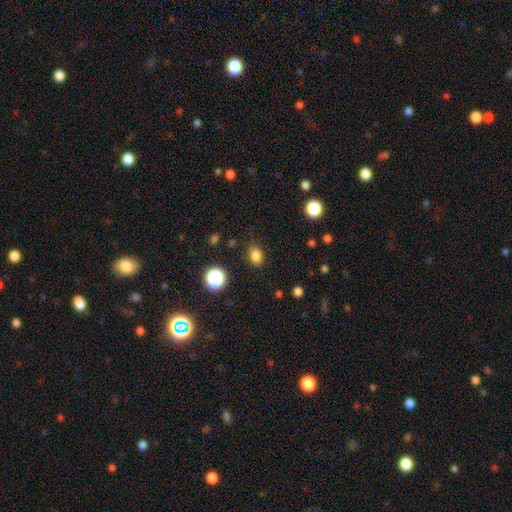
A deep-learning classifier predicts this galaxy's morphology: Smooth or featured? smooth (82%)
How rounded? in between (62%)
Merging? none (83%)